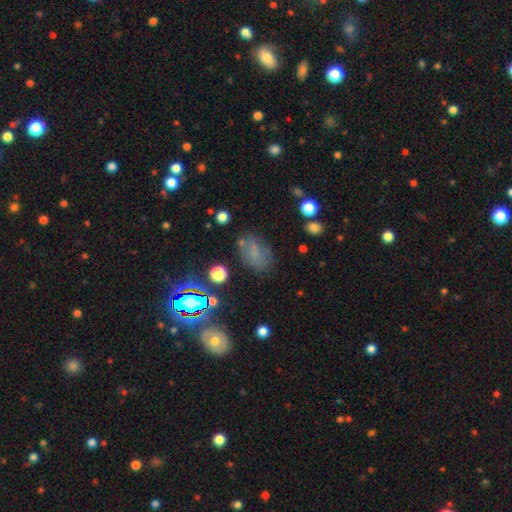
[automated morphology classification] Smooth or featured: smooth — 60% (star or artifact — 21%)
How rounded: in between — 80% (round — 18%)
Merging: none — 66% (minor disturbance — 20%)